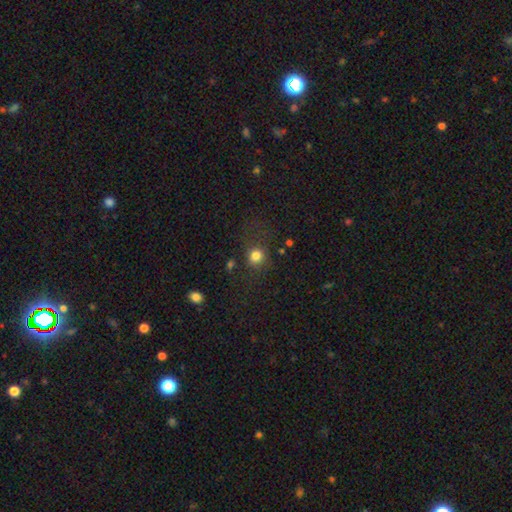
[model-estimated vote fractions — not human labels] Q: Smooth or featured?
A: smooth (79%); runner-up: star or artifact (14%)
Q: How rounded?
A: round (82%); runner-up: in between (17%)
Q: Merging?
A: none (68%); runner-up: minor disturbance (15%)